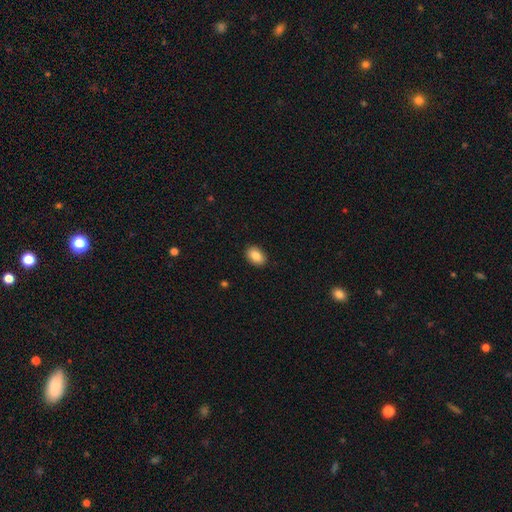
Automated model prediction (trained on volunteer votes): The model was most divided on "how rounded": in between: 82%, round: 17%, cigar-shaped: 1%. More confident: merging — none (90%); smooth or featured — smooth (86%).